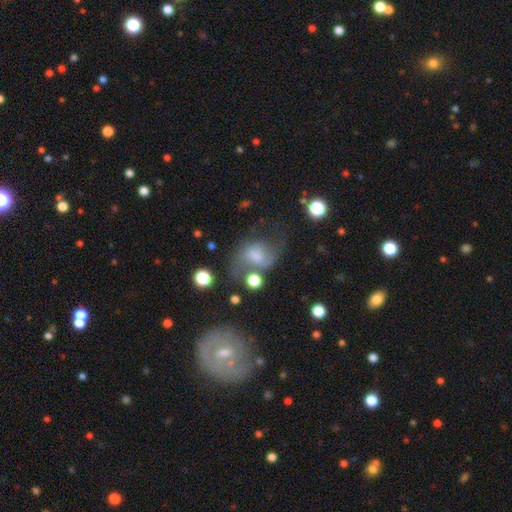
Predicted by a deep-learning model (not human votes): This appears to be a featured or disk galaxy (50%). Merging: none (45%).